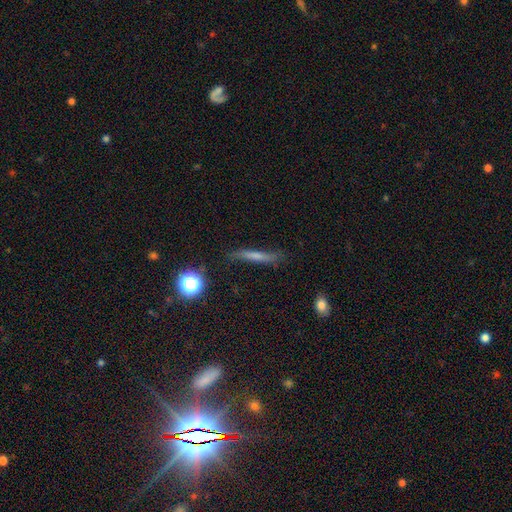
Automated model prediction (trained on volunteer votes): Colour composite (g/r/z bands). It shows a smooth galaxy with no disk features (52%) that is cigar-shaped (89%). Merging: none (76%).